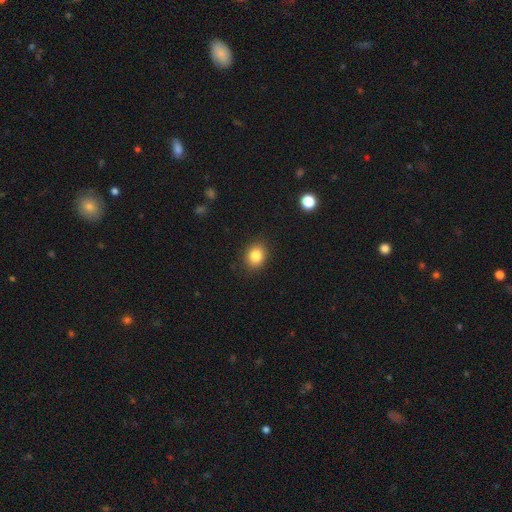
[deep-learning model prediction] Q: Smooth or featured?
A: smooth (84%); runner-up: star or artifact (10%)
Q: How rounded?
A: round (57%); runner-up: in between (42%)
Q: Merging?
A: none (87%); runner-up: minor disturbance (9%)